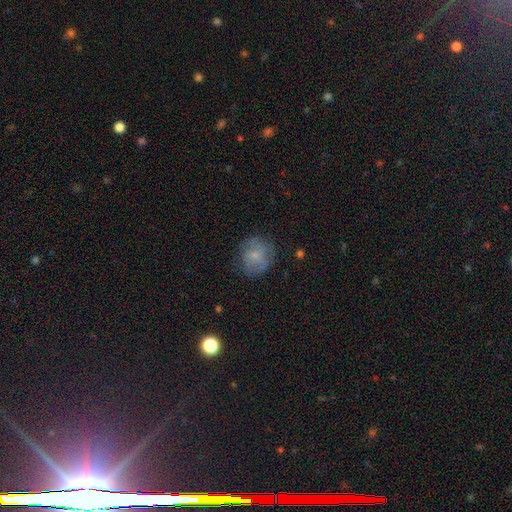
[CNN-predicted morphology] This appears to be a smooth galaxy with no disk features (61%) that is round (77%). Merging: none (69%).